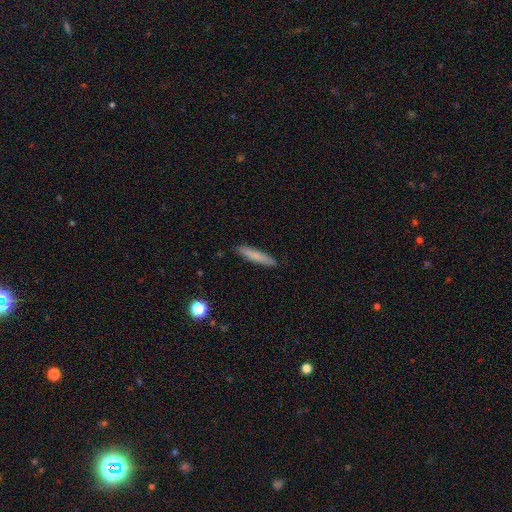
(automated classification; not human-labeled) This appears to be a smooth galaxy with no disk features (79%) that is cigar-shaped (90%). Merging: none (90%).